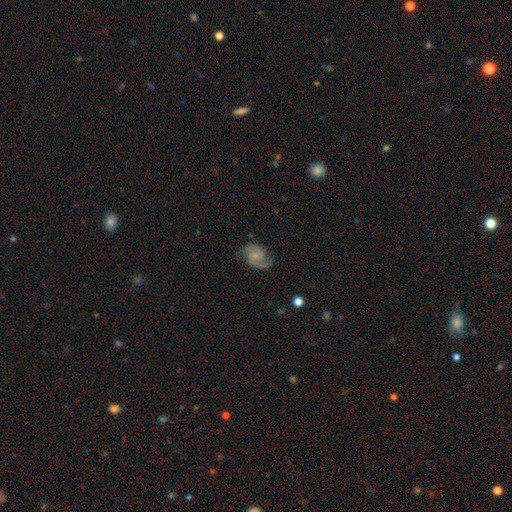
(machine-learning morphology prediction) Smooth or featured? Predicted: featured or disk (p=0.79). Edge-on disk? Predicted: no (p=0.98). Bar? Predicted: no (p=0.53). Spiral arms? Predicted: yes (p=0.95). Spiral winding? Predicted: medium (p=0.53). Spiral arm count? Predicted: 2 (p=0.86). Bulge size? Predicted: small (p=0.52). Merging? Predicted: none (p=0.72).